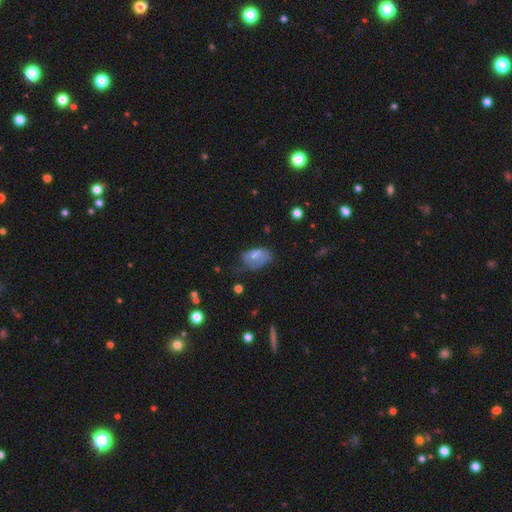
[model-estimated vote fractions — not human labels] This is likely a smooth galaxy (66%). How rounded: clearly in between (89%). Merging: marginally minor disturbance (34%).